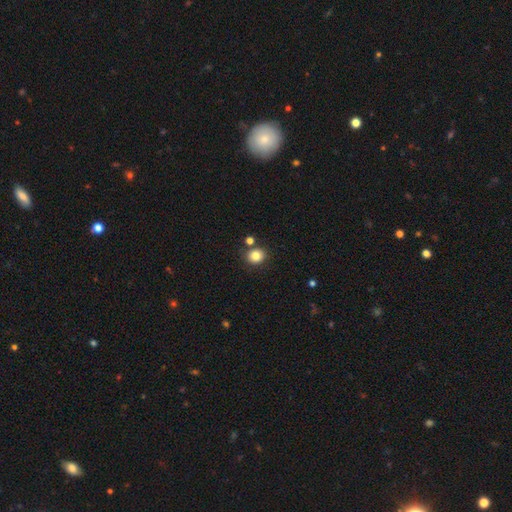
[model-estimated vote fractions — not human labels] This is clearly a smooth galaxy (83%). How rounded: clearly round (80%). Merging: likely none (80%).